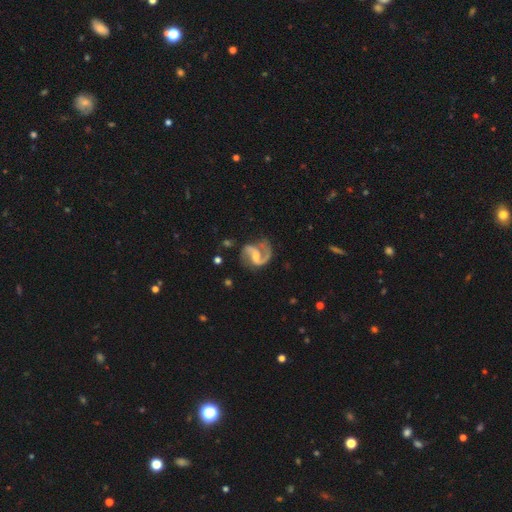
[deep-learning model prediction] A featured or disk galaxy (90%) with a weak bar (50%), 2 (89%) medium (56%) spiral arms (98%) and a small central bulge (41%). Merging: none (67%).